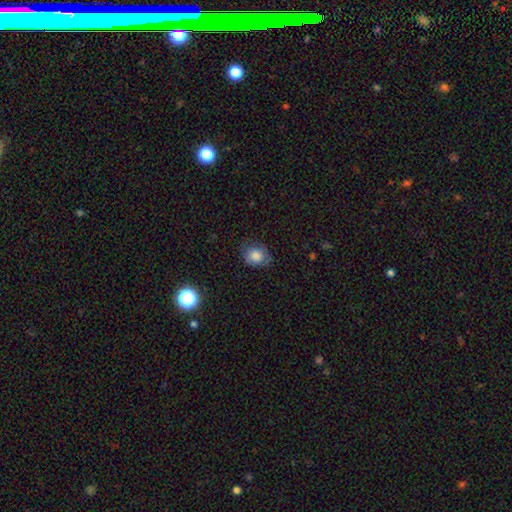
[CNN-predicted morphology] This appears to be a smooth galaxy with no disk features (80%) that is round (63%). Merging: none (69%).